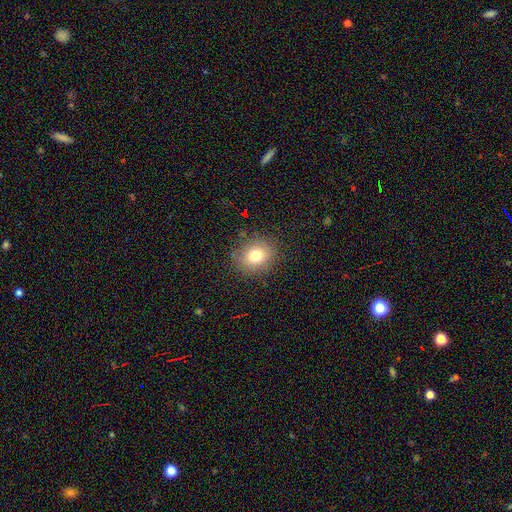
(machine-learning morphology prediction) Smooth or featured? smooth (76%)
How rounded? round (69%)
Merging? none (85%)